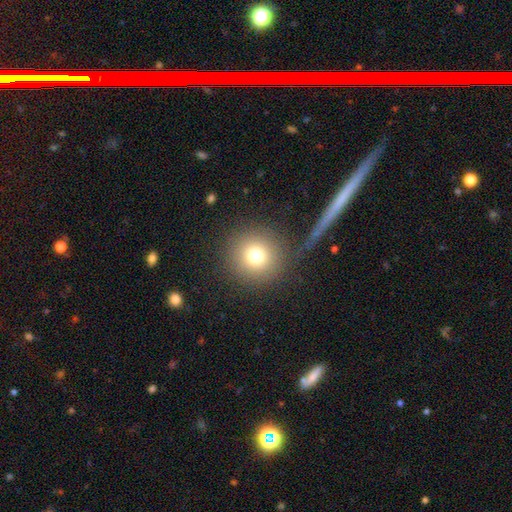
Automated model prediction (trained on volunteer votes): Smooth or featured? Predicted: smooth (p=0.75). How rounded? Predicted: round (p=0.95). Merging? Predicted: none (p=0.82).